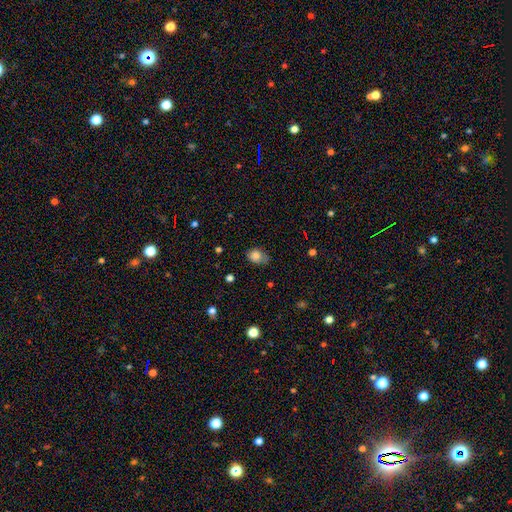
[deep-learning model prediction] The model was most divided on "how rounded": in between: 58%, round: 40%, cigar-shaped: 1%. More confident: smooth or featured — smooth (81%); merging — none (61%).